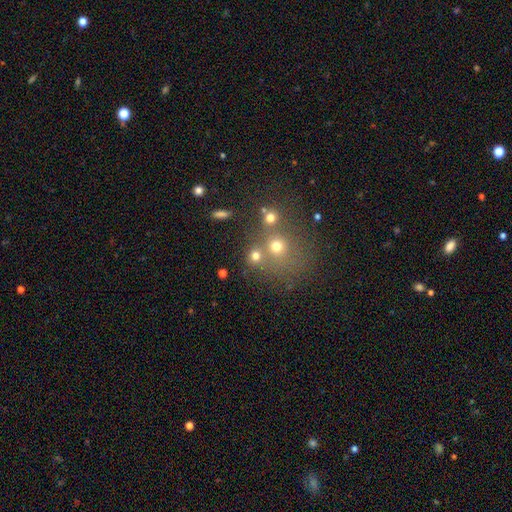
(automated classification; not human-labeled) The model was most divided on "merging": none: 59%, merger: 28%, minor disturbance: 9%, major disturbance: 5%. More confident: how rounded — round (81%); smooth or featured — smooth (70%).